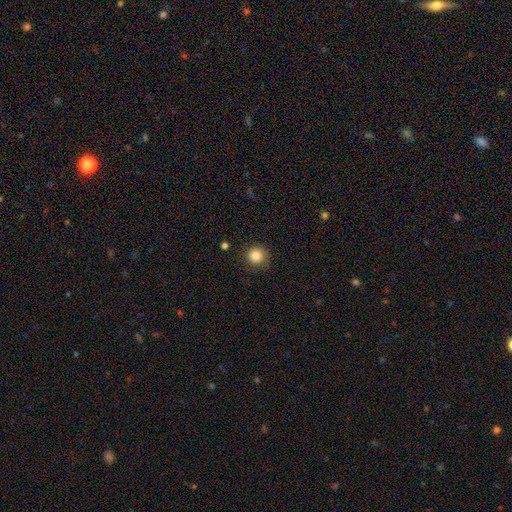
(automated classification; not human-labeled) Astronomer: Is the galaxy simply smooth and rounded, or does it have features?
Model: smooth — 85%.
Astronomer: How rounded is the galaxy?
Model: round — 94%.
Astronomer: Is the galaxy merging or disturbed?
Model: none — 87%.